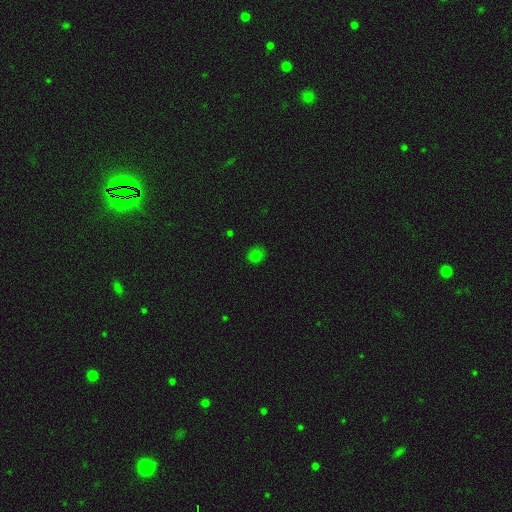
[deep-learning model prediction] smooth_or_featured: smooth (p=0.77) [alt: star or artifact p=0.19]
how_rounded: round (p=0.78) [alt: in between p=0.21]
merging: none (p=0.85) [alt: minor disturbance p=0.11]